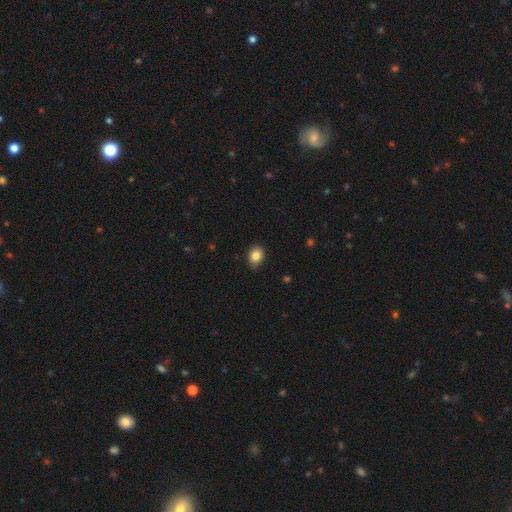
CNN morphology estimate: Q: Smooth or featured?
A: smooth (85%); runner-up: star or artifact (9%)
Q: How rounded?
A: in between (54%); runner-up: round (45%)
Q: Merging?
A: none (80%); runner-up: minor disturbance (16%)